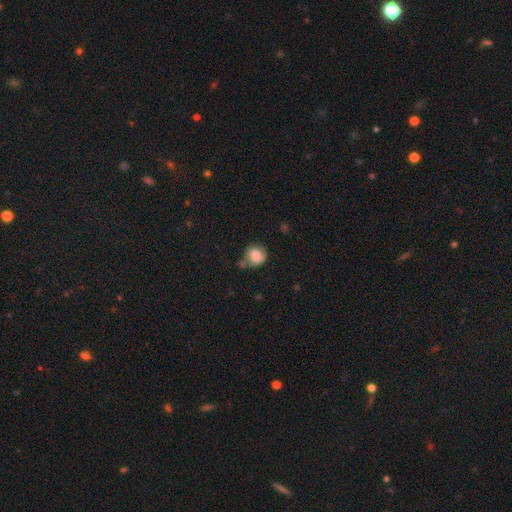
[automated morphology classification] This appears to be a smooth galaxy with no disk features (81%) that is round (73%). Merging: none (46%).